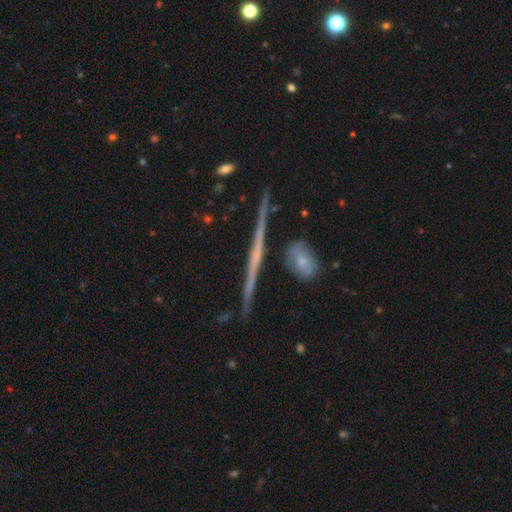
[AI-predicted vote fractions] Smooth or featured?
  - featured or disk: 73% *
  - smooth: 18%
  - star or artifact: 8%
Edge-on disk?
  - yes: 97% *
  - no: 3%
Edge-on bulge?
  - none: 70% *
  - rounded: 22%
  - boxy: 8%
Merging?
  - none: 84% *
  - minor disturbance: 9%
  - merger: 5%
  - major disturbance: 3%